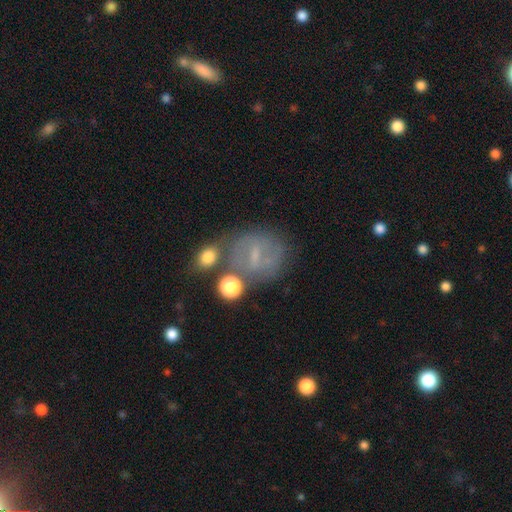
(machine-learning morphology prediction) featured or disk 50%, smooth 35%, star or artifact 15%. Down the decision tree: edge-on disk — no (95%); merging — none (58%).